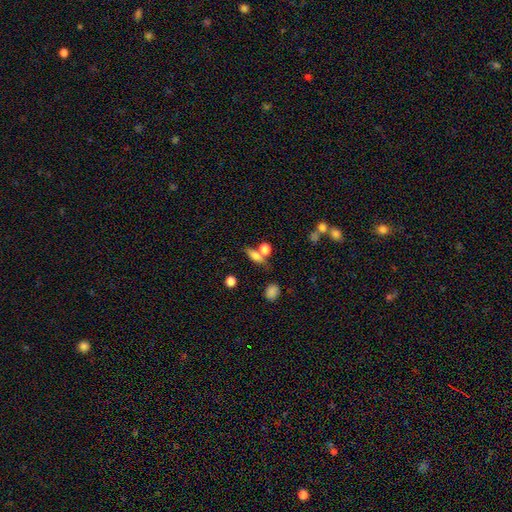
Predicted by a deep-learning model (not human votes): Morphology: type=smooth (72%); roundness=in between (58%); merging=none (54%).